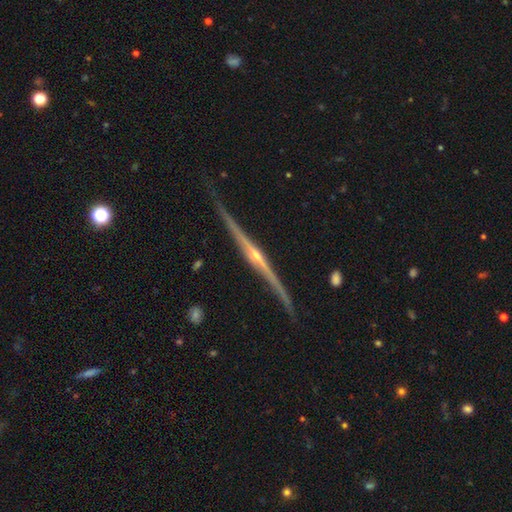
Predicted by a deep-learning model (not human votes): Smooth or featured?
  - featured or disk: 90% *
  - smooth: 5%
  - star or artifact: 5%
Edge-on disk?
  - yes: 98% *
  - no: 2%
Edge-on bulge?
  - rounded: 86% *
  - none: 9%
  - boxy: 5%
Merging?
  - none: 82% *
  - minor disturbance: 13%
  - major disturbance: 3%
  - merger: 2%